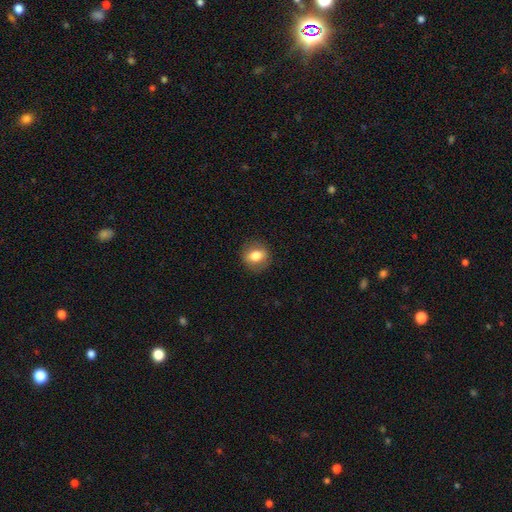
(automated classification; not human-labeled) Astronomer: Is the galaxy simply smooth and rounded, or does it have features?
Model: smooth — 75%.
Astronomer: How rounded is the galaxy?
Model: round — 55% (runner-up: in between, 43%).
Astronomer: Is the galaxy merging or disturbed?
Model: none — 85%.